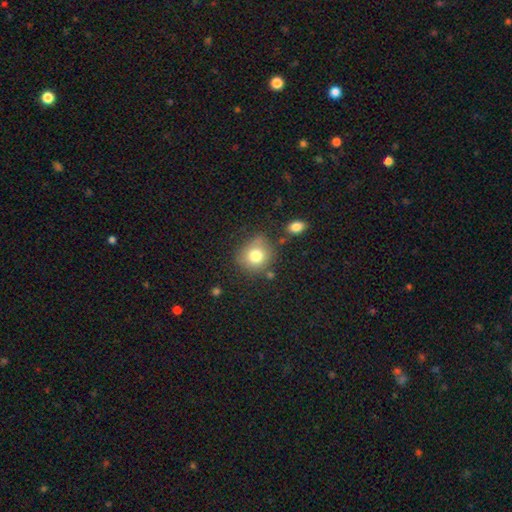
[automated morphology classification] A smooth galaxy with no disk features (78%) that is round (81%). Merging: none (68%).